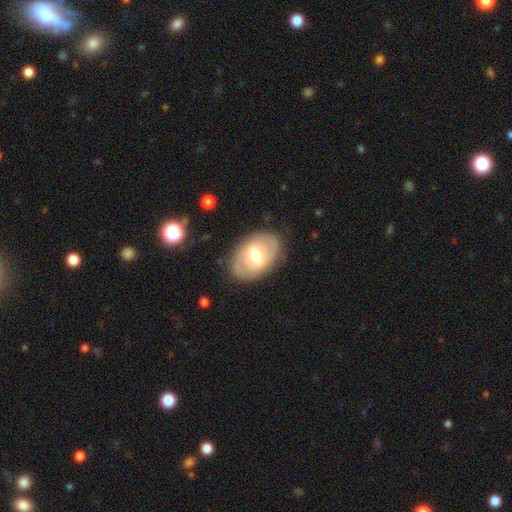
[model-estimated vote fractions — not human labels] A smooth galaxy with no disk features (52%) that is in between round and cigar-shaped (85%).

Vote fractions:
- Smooth or featured? smooth: 52% / featured or disk: 42% / star or artifact: 7%
- How rounded? in between: 85% / round: 14% / cigar-shaped: 1%
- Merging? none: 83% / minor disturbance: 11% / major disturbance: 4% / merger: 1%